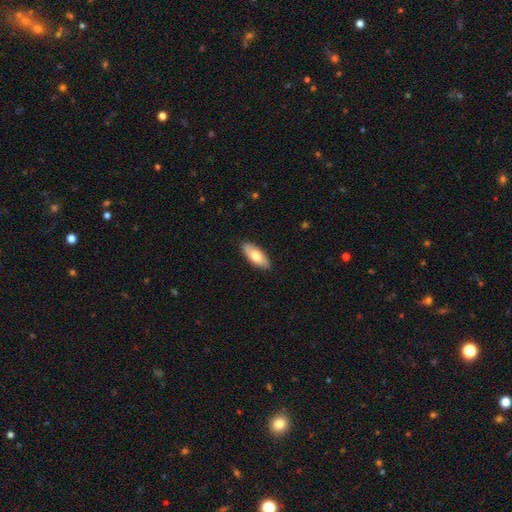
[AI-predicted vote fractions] Morphology: type=smooth (71%); roundness=in between (83%); merging=none (87%).